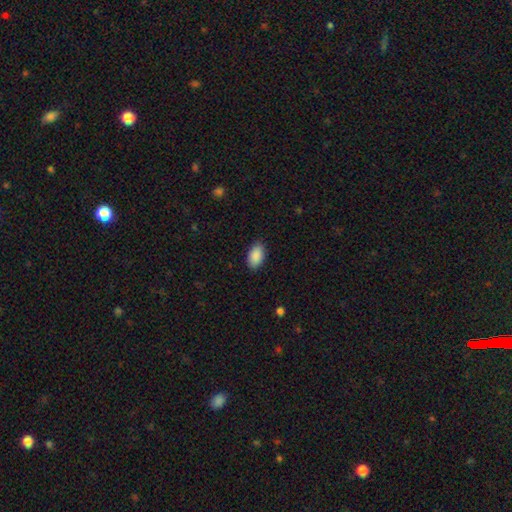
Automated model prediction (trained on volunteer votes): The model was most divided on "merging": none: 87%, minor disturbance: 10%, major disturbance: 2%, merger: 1%. More confident: how rounded — in between (94%); smooth or featured — smooth (90%).